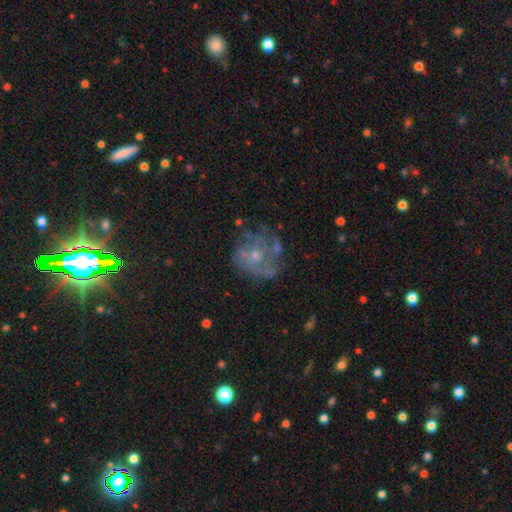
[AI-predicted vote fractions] Smooth or featured?
  - featured or disk: 61% *
  - smooth: 25%
  - star or artifact: 14%
Edge-on disk?
  - no: 97% *
  - yes: 3%
Bar?
  - no: 85% *
  - weak: 12%
  - strong: 2%
Spiral arms?
  - no: 57% *
  - yes: 43%
Bulge size?
  - small: 52% *
  - moderate: 40%
  - none: 5%
  - large: 2%
  - dominant: 1%
Merging?
  - none: 56% *
  - minor disturbance: 21%
  - major disturbance: 19%
  - merger: 5%